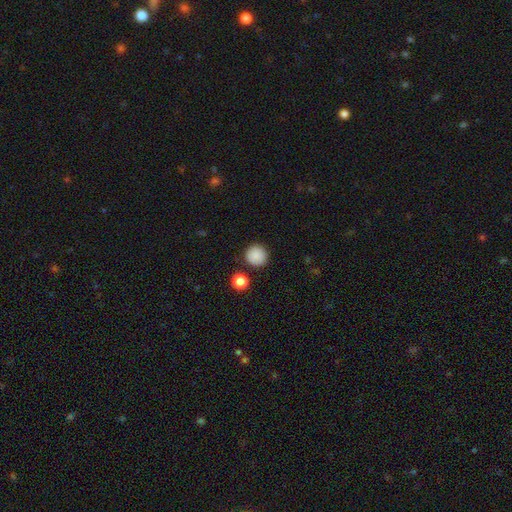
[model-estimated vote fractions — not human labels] smooth_or_featured: smooth (p=0.88) [alt: star or artifact p=0.09]
how_rounded: round (p=0.94) [alt: in between p=0.05]
merging: none (p=0.89) [alt: minor disturbance p=0.06]